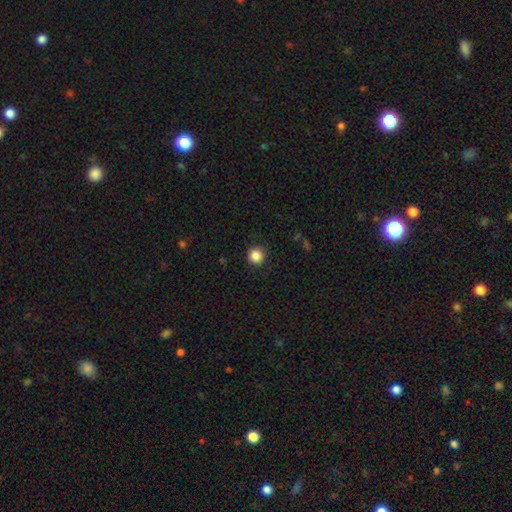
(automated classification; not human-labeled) Smooth or featured? smooth (86%)
How rounded? round (95%)
Merging? none (90%)